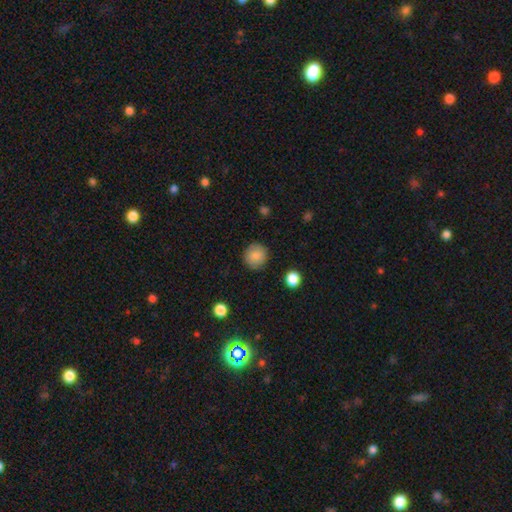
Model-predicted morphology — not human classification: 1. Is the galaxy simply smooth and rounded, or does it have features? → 85% smooth, 8% star or artifact, 6% featured or disk.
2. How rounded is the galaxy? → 91% round, 9% in between, 1% cigar-shaped.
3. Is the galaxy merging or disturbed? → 89% none, 8% minor disturbance, 2% major disturbance, 1% merger.